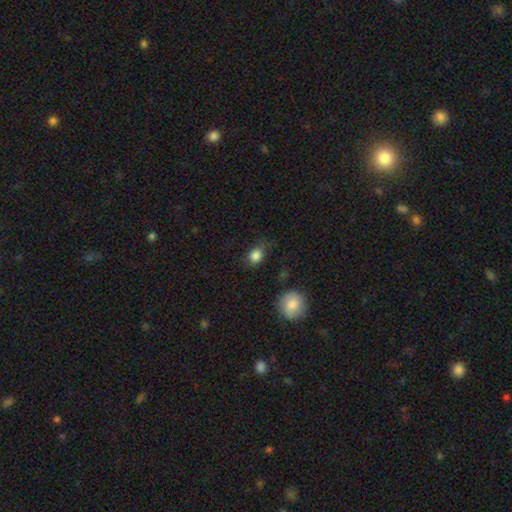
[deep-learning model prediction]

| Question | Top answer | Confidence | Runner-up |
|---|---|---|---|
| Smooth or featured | smooth | 85% | star or artifact (10%) |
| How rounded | round | 57% | in between (42%) |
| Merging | none | 59% | minor disturbance (26%) |